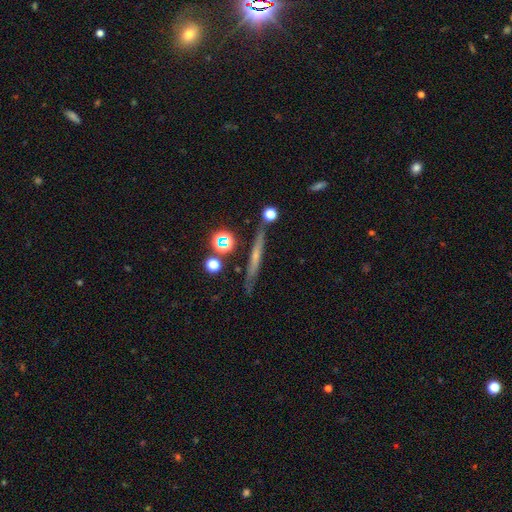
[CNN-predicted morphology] Smooth or featured? featured or disk (51%)
Edge-on disk? yes (92%)
Merging? none (80%)